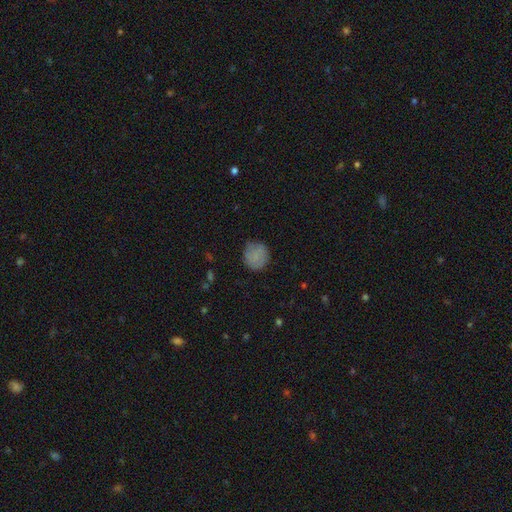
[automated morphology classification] smooth_or_featured: smooth (p=0.81) [alt: featured or disk p=0.10]
how_rounded: round (p=0.88) [alt: in between p=0.11]
merging: none (p=0.77) [alt: minor disturbance p=0.18]